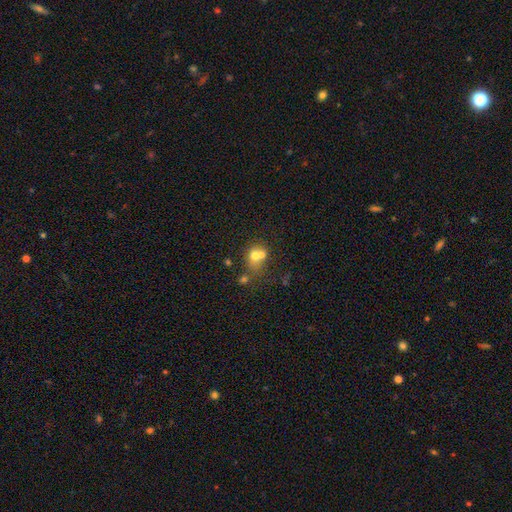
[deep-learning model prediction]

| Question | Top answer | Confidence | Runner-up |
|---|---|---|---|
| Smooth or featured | smooth | 67% | featured or disk (20%) |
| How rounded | round | 67% | in between (32%) |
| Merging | merger | 57% | none (29%) |